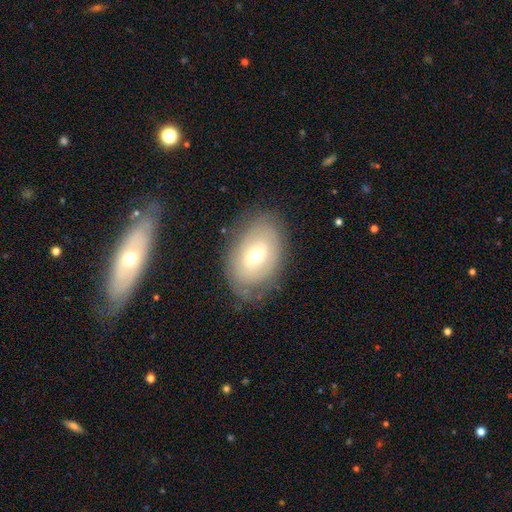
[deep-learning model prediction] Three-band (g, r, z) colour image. It shows a smooth galaxy with no disk features (52%) that is in between round and cigar-shaped (86%). Merging: none (76%).